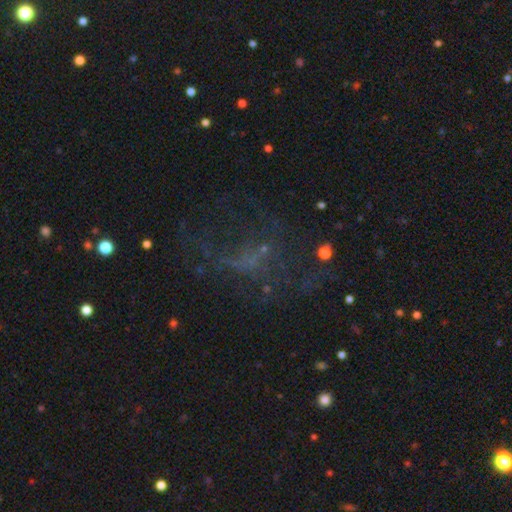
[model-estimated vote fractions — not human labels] A star or artifact, not a galaxy (40%).